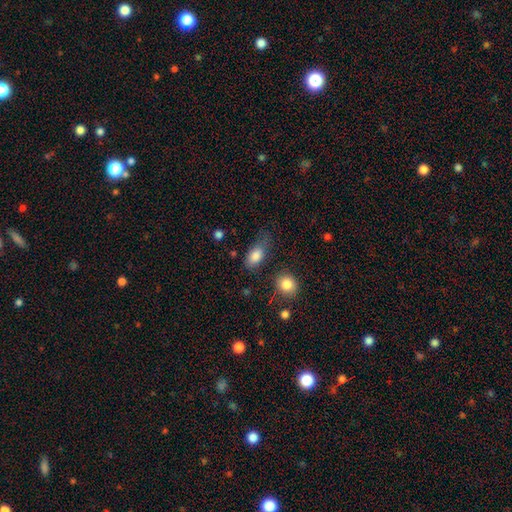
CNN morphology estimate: Smooth or featured? Predicted: smooth (p=0.85). How rounded? Predicted: in between (p=0.88). Merging? Predicted: none (p=0.53).